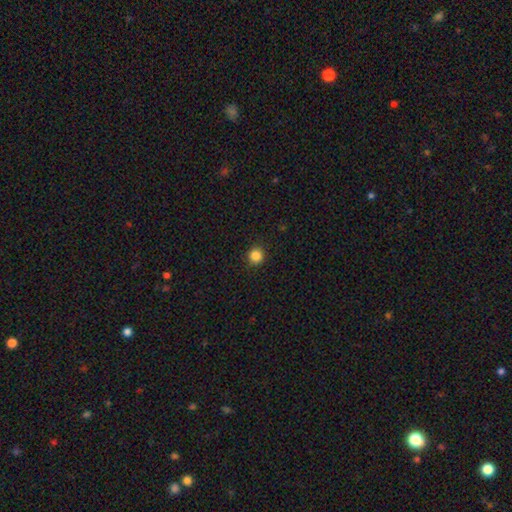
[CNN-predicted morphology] A smooth galaxy with no disk features (85%) that is round (94%). Merging: none (91%).